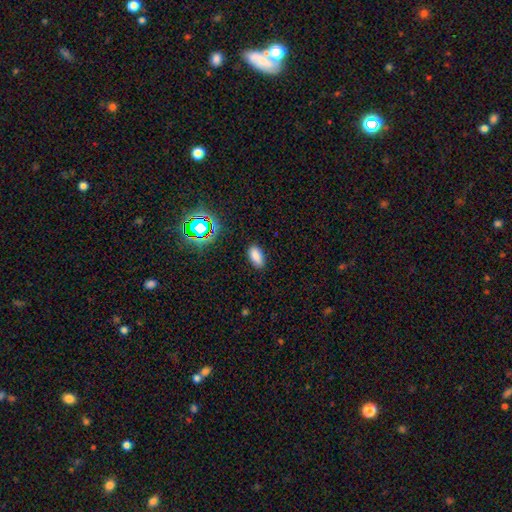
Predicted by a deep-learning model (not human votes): This appears to be a smooth galaxy with no disk features (80%) that is in between round and cigar-shaped (90%). Merging: none (85%).